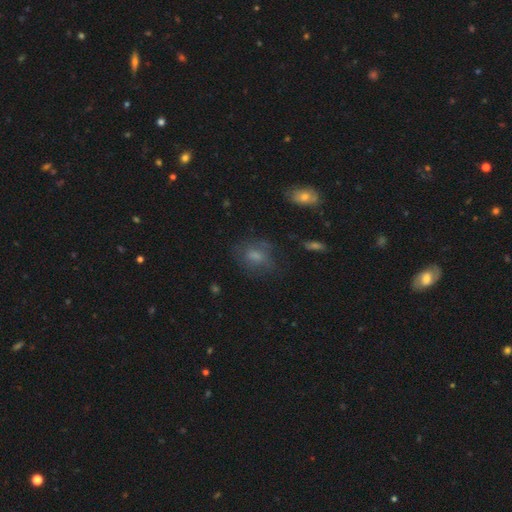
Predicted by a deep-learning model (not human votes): Overall: smooth (57%; featured or disk 30%). How rounded: in between (52%; round 46%). Merging: none (57%; minor disturbance 23%).